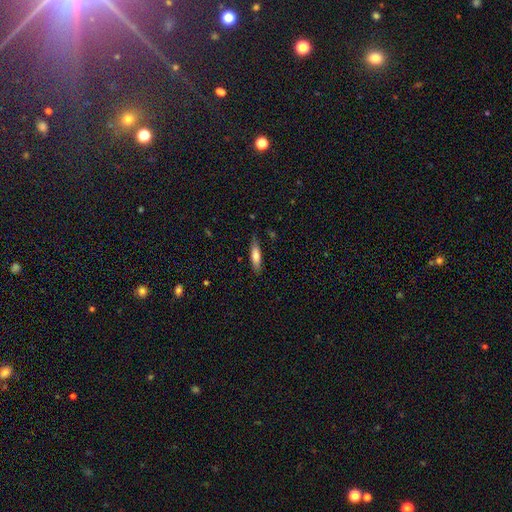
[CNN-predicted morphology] A smooth galaxy with no disk features (71%) that is cigar-shaped (65%). Merging: none (80%).